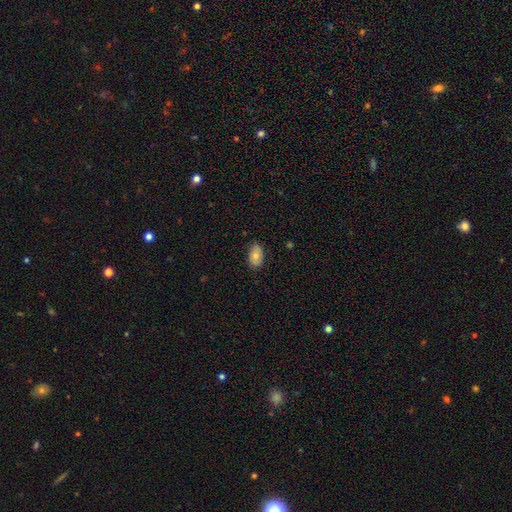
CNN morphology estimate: Smooth or featured: smooth — 77% (featured or disk — 16%)
How rounded: in between — 91% (round — 7%)
Merging: none — 79% (minor disturbance — 17%)